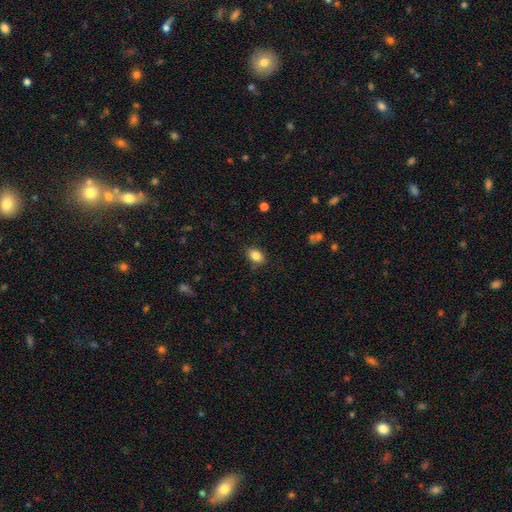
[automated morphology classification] Smooth or featured?
  - smooth: 85% *
  - star or artifact: 9%
  - featured or disk: 6%
How rounded?
  - in between: 78% *
  - round: 20%
  - cigar-shaped: 1%
Merging?
  - none: 83% *
  - minor disturbance: 13%
  - major disturbance: 3%
  - merger: 1%